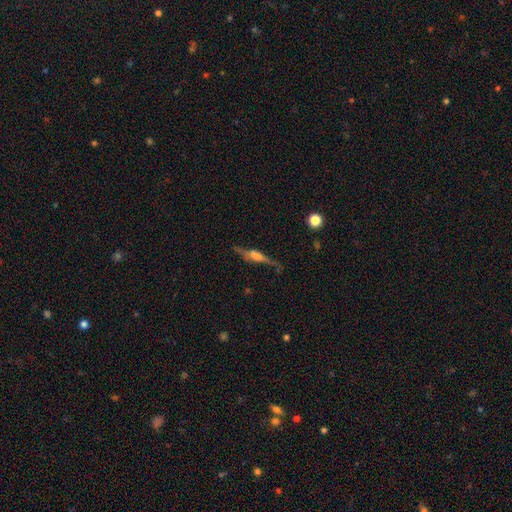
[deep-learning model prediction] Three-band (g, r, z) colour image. It shows a featured or disk galaxy (74%) viewed edge-on (92%) with a rounded central bulge (55%). Merging: none (72%).